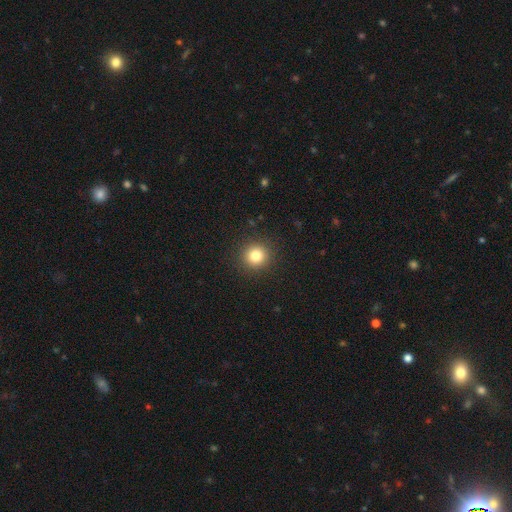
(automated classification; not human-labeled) This is clearly a smooth galaxy (82%). How rounded: clearly round (94%). Merging: clearly none (92%).